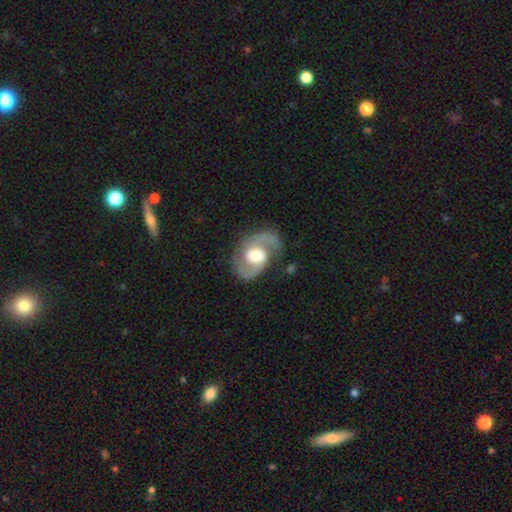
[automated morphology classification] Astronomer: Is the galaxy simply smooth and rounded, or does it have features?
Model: featured or disk — 88%.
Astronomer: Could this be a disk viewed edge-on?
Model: no — 98%.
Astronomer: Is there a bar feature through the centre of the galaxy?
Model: no — 48% (runner-up: weak, 40%).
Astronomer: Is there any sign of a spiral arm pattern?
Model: yes — 96%.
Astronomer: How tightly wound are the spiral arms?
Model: medium — 59%.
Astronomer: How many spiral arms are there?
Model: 2 — 93%.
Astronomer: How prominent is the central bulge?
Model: moderate — 56%.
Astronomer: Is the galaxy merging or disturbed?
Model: none — 78%.